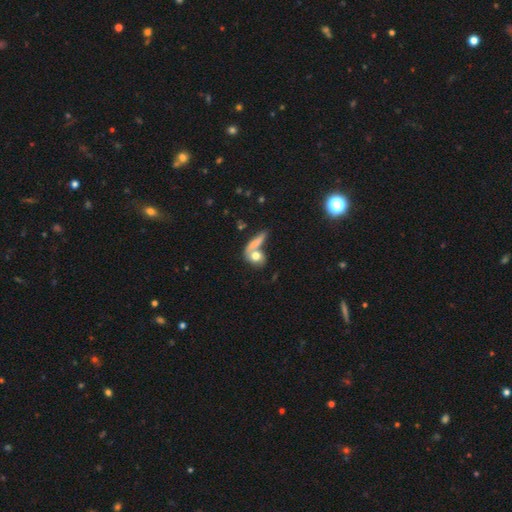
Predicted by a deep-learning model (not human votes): smooth_or_featured: smooth (p=0.68) [alt: featured or disk p=0.23]
how_rounded: round (p=0.50) [alt: in between p=0.39]
merging: merger (p=0.48) [alt: none p=0.33]